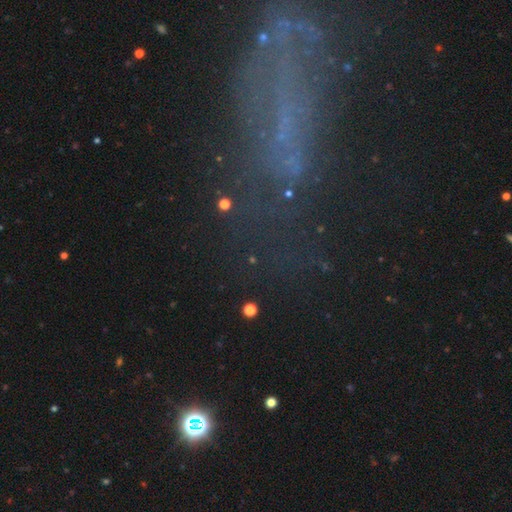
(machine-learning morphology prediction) smooth-or-featured: featured or disk: 37% (tied) | star or artifact: 37% (tied) | smooth: 26%
  merging: none: 54% | major disturbance: 21% | minor disturbance: 19% | merger: 6%